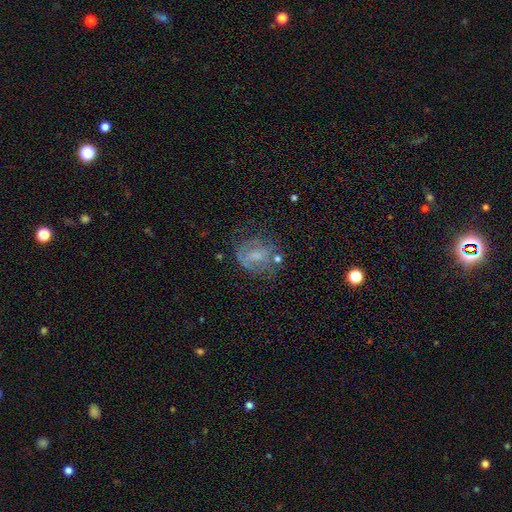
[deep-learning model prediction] Q: Smooth or featured?
A: featured or disk (54%); runner-up: smooth (32%)
Q: Edge-on disk?
A: no (96%); runner-up: yes (4%)
Q: Bar?
A: no (49%); runner-up: weak (40%)
Q: Spiral arms?
A: yes (51%); runner-up: no (49%)
Q: Bulge size?
A: small (37%); runner-up: moderate (32%)
Q: Merging?
A: none (49%); runner-up: minor disturbance (23%)